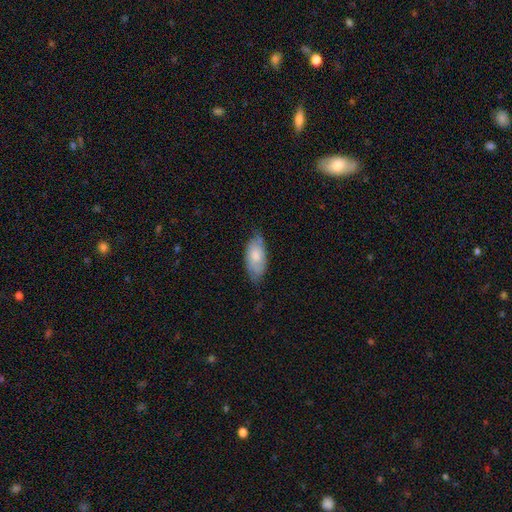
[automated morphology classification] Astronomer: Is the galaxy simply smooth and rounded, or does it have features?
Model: smooth — 73%.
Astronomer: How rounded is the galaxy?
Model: in between — 90%.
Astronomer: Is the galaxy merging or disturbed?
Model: none — 62%.